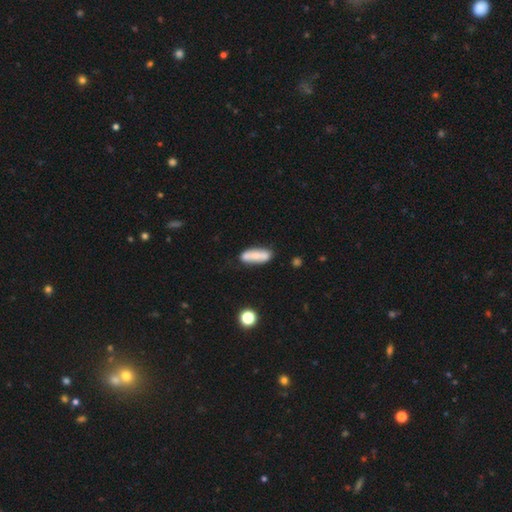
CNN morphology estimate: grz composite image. It shows a smooth galaxy with no disk features (61%) that is in between round and cigar-shaped (55%). Merging: none (70%).